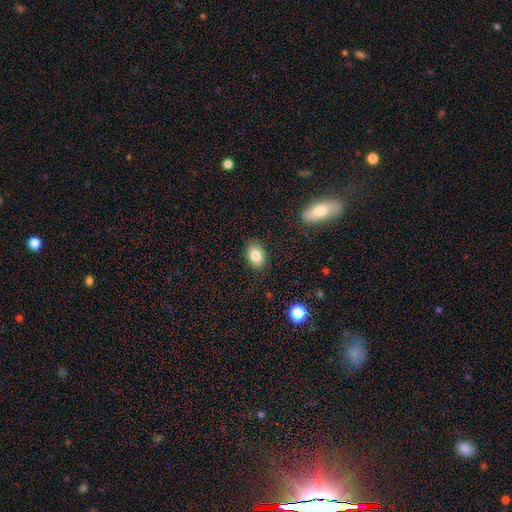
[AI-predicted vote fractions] The model was most divided on "how rounded": in between: 83%, round: 16%, cigar-shaped: 1%. More confident: merging — none (86%); smooth or featured — smooth (84%).